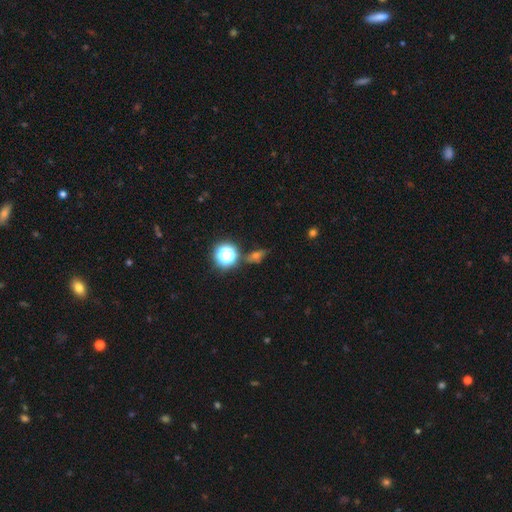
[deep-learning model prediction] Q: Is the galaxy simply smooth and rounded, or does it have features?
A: smooth — 43%.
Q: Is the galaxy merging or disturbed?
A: none — 74%.